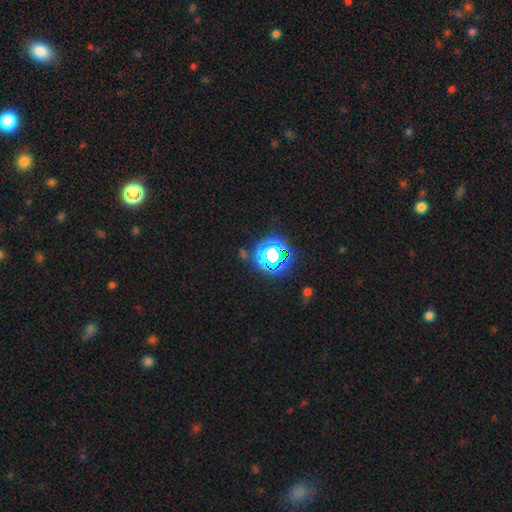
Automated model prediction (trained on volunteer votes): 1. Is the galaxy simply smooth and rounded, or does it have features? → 78% star or artifact, 15% smooth, 7% featured or disk.